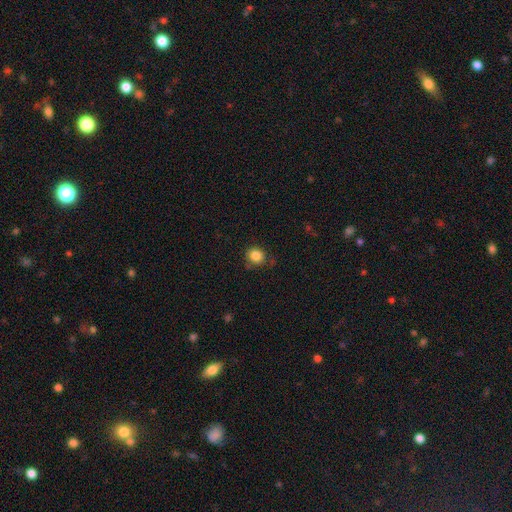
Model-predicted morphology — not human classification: This is clearly a smooth galaxy (85%). How rounded: clearly round (87%). Merging: likely none (78%).